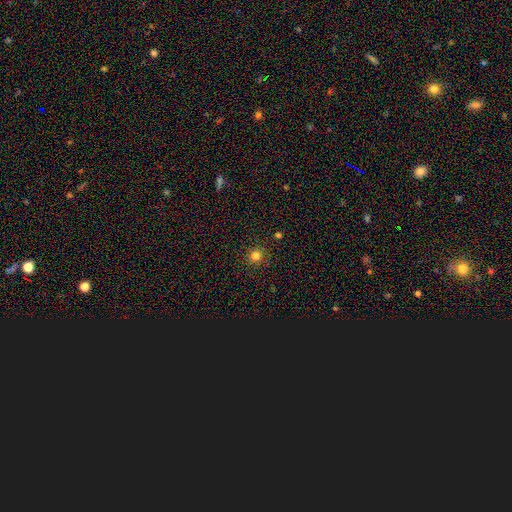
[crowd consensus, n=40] smooth 80%, star or artifact 12%, featured or disk 8%. Down the decision tree: how rounded — round (97%); merging — none (94%).